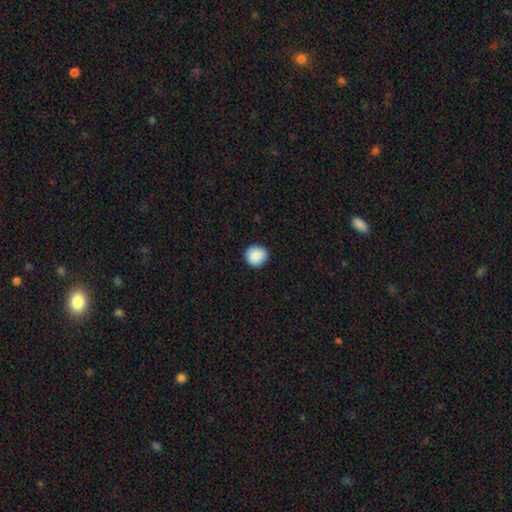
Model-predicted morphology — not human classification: This appears to be a smooth galaxy with no disk features (90%) that is round (94%). Merging: none (92%).